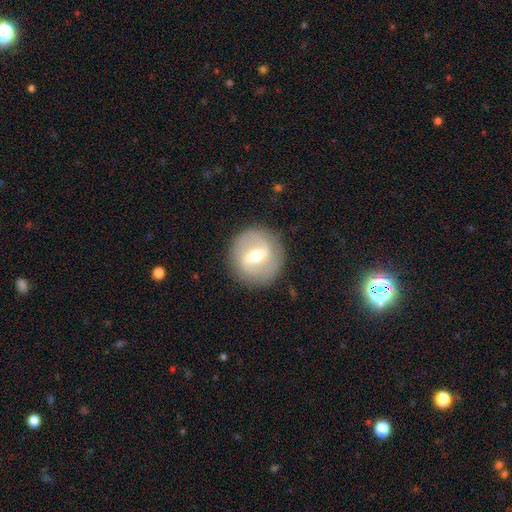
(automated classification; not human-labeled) Smooth or featured? Predicted: featured or disk (p=0.71). Edge-on disk? Predicted: no (p=0.94). Bar? Predicted: strong (p=0.47). Spiral arms? Predicted: yes (p=0.65). Bulge size? Predicted: moderate (p=0.65). Merging? Predicted: none (p=0.87).